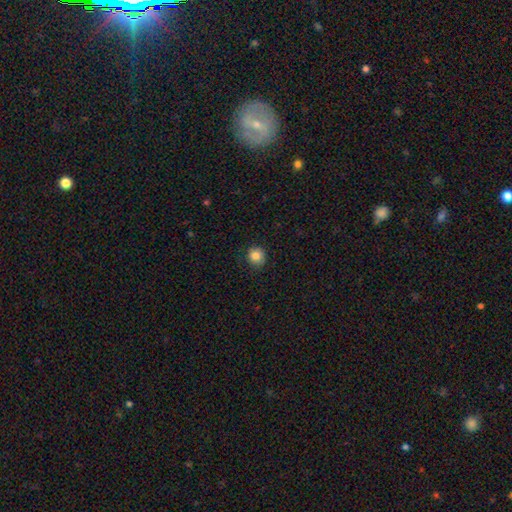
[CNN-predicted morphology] Smooth or featured: smooth — 84% (star or artifact — 10%)
How rounded: round — 87% (in between — 12%)
Merging: none — 86% (minor disturbance — 11%)